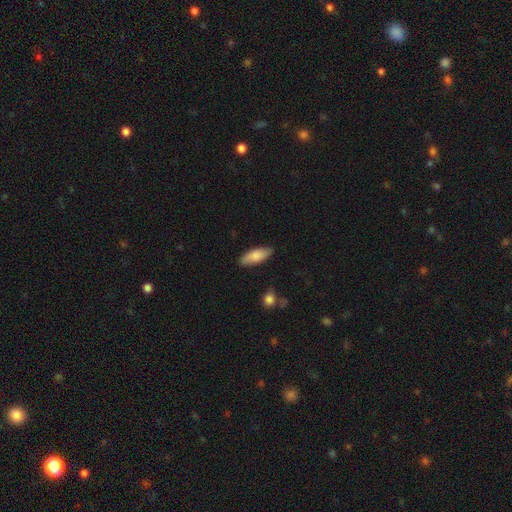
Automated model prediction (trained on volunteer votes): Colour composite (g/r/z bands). It shows a smooth galaxy with no disk features (82%) that is in between round and cigar-shaped (72%). Merging: none (86%).